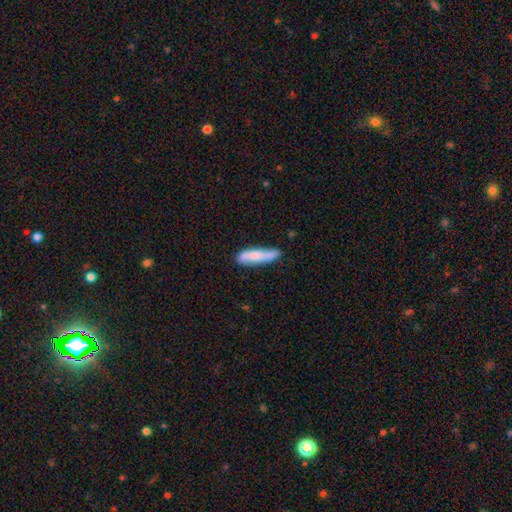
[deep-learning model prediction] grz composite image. It shows a smooth galaxy with no disk features (66%) that is cigar-shaped (74%). Merging: none (70%).